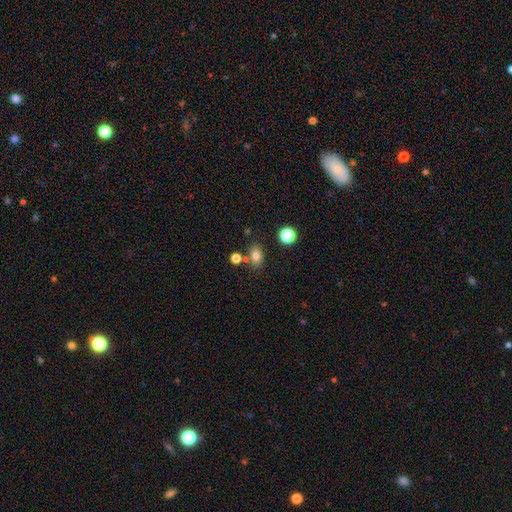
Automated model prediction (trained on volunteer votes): Q: Smooth or featured?
A: smooth (77%); runner-up: star or artifact (13%)
Q: How rounded?
A: in between (70%); runner-up: round (28%)
Q: Merging?
A: none (70%); runner-up: merger (13%)